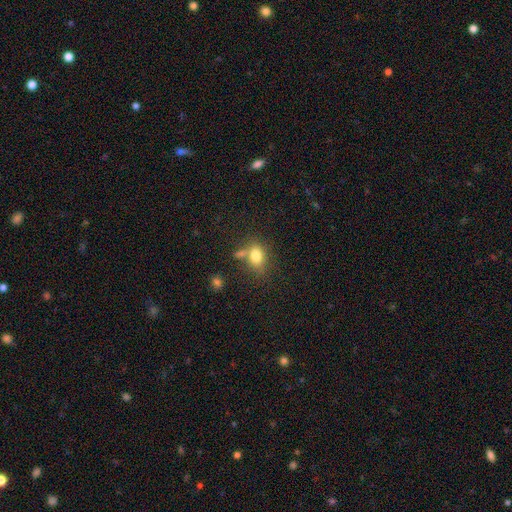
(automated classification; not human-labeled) Q: Smooth or featured?
A: smooth (78%); runner-up: featured or disk (11%)
Q: How rounded?
A: in between (71%); runner-up: round (27%)
Q: Merging?
A: none (52%); runner-up: merger (23%)